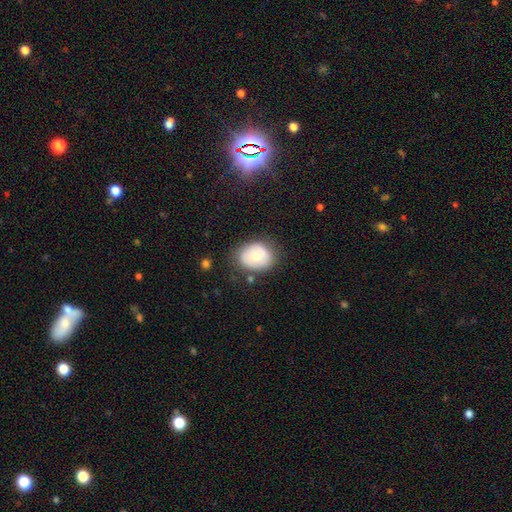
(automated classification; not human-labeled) This appears to be a smooth galaxy with no disk features (62%) that is in between round and cigar-shaped (52%). Merging: none (72%).